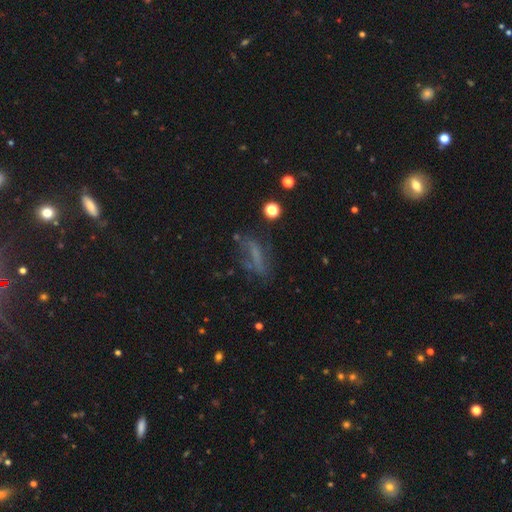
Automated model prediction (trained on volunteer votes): This appears to be a smooth galaxy with no disk features (42%). Merging: none (51%).